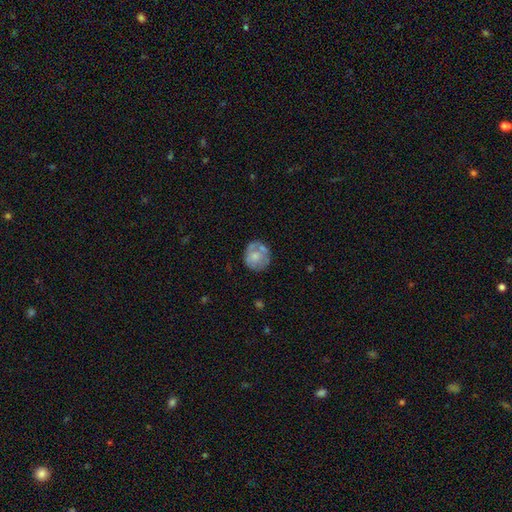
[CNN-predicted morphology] This appears to be a smooth galaxy with no disk features (57%) that is round (81%). Merging: none (57%).